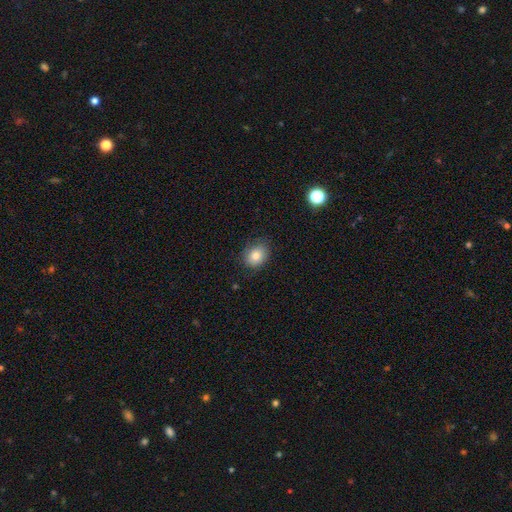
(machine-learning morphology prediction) Q: Smooth or featured?
A: smooth (81%); runner-up: star or artifact (9%)
Q: How rounded?
A: in between (53%); runner-up: round (46%)
Q: Merging?
A: none (79%); runner-up: minor disturbance (16%)